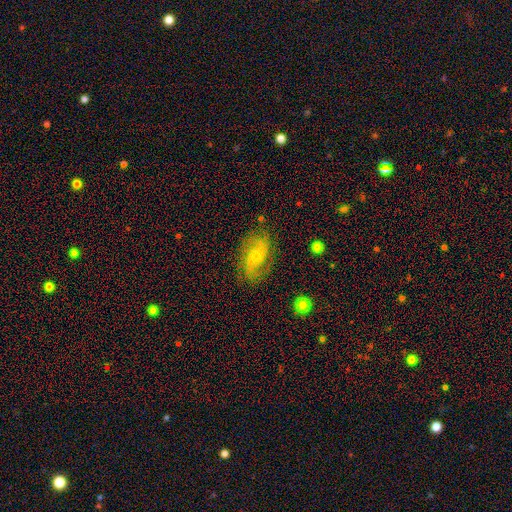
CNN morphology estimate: smooth-or-featured: featured or disk: 72% | smooth: 20% | star or artifact: 9%
  disk-edge-on: no: 96% | yes: 4%
    bar: no: 62% | weak: 31% | strong: 6%
    has-spiral-arms: yes: 91% | no: 9%
      spiral-winding: medium: 41% | loose: 37% | tight: 22%
      spiral-arm-count: 2: 77% | can't tell: 12% | 3: 4% | 1: 3% | 4: 2% | more than 4: 2%
    bulge-size: small: 60% | moderate: 35% | none: 2% | large: 2% | dominant: 1%
  merging: none: 77% | minor disturbance: 16% | major disturbance: 6% | merger: 1%